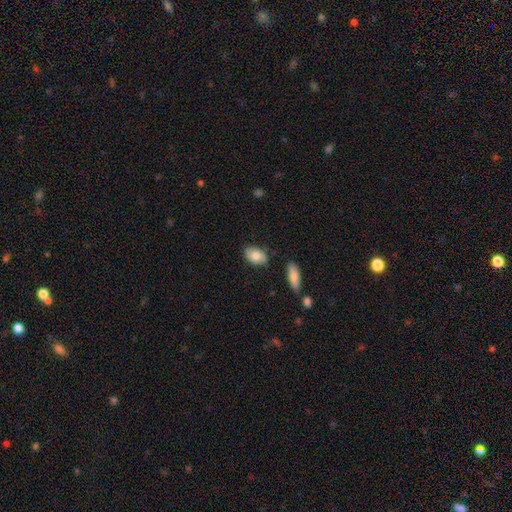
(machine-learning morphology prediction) Overall: smooth (74%). How rounded: in between (87%). Merging: none (78%).